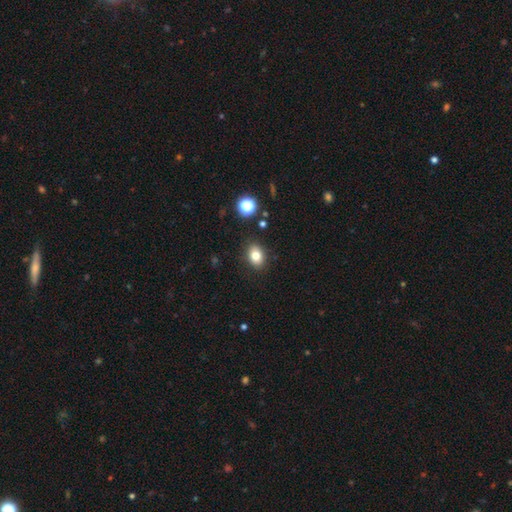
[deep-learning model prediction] smooth_or_featured: smooth (p=0.80) [alt: star or artifact p=0.11]
how_rounded: in between (p=0.70) [alt: round p=0.29]
merging: none (p=0.87) [alt: minor disturbance p=0.09]